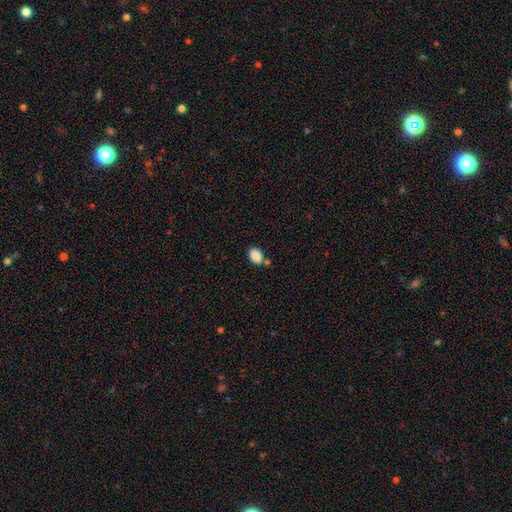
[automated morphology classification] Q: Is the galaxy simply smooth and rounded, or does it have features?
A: smooth — 88%.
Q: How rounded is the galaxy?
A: in between — 83%.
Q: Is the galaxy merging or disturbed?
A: none — 73%.